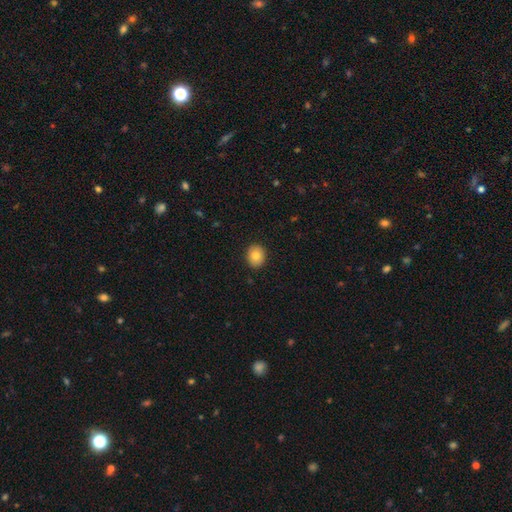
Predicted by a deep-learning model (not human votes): smooth_or_featured: smooth (p=0.82) [alt: featured or disk p=0.09]
how_rounded: round (p=0.64) [alt: in between p=0.35]
merging: none (p=0.90) [alt: minor disturbance p=0.07]